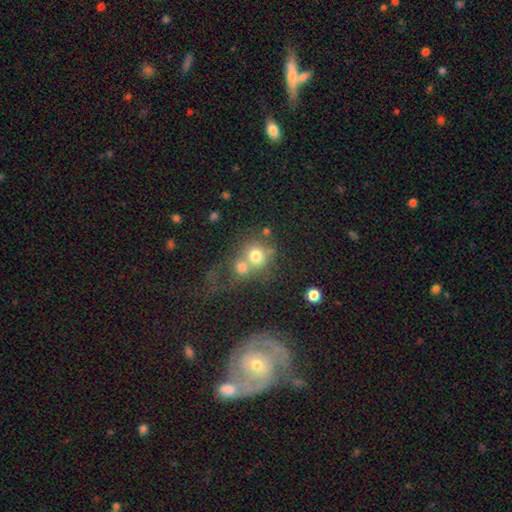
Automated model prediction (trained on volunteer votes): Q: Smooth or featured?
A: smooth (68%); runner-up: featured or disk (17%)
Q: How rounded?
A: round (79%); runner-up: in between (20%)
Q: Merging?
A: merger (56%); runner-up: none (28%)